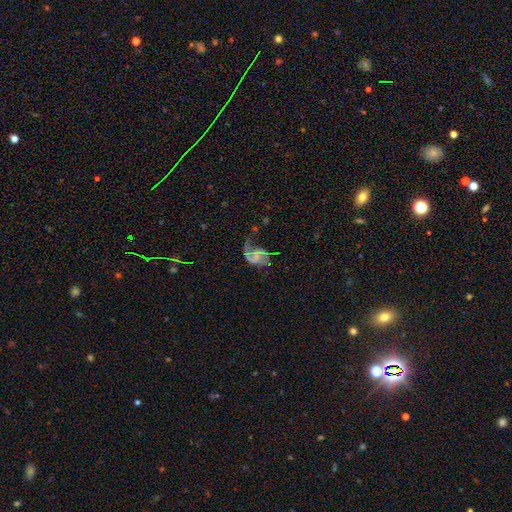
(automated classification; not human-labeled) The model was most divided on "merging": major disturbance: 39%, none: 35%, minor disturbance: 21%, merger: 5%. More confident: edge-on disk — no (98%); spiral arms — yes (88%); smooth or featured — featured or disk (75%); spiral arm count — 2 (67%); bulge size — none (59%); bar — no (54%); spiral winding — loose (53%).